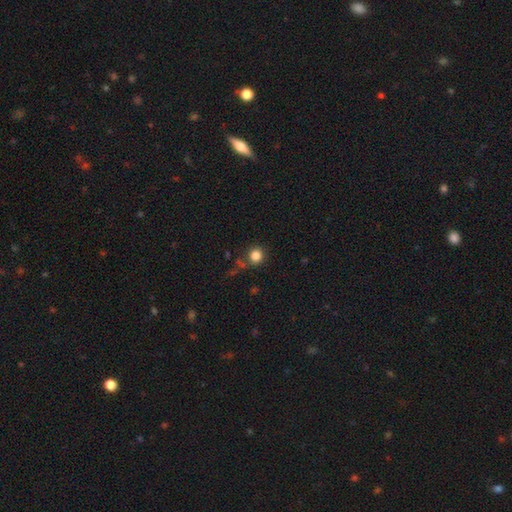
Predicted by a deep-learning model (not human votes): smooth 83%, star or artifact 12%, featured or disk 5%. Down the decision tree: how rounded — round (90%); merging — none (81%).